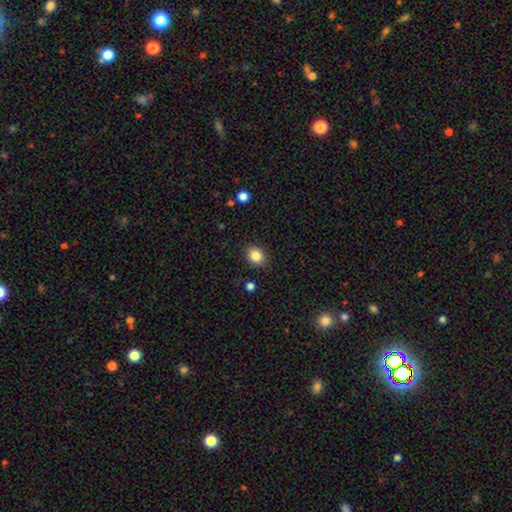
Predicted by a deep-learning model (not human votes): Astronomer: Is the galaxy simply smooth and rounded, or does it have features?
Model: smooth — 84%.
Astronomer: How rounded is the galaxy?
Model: round — 61% (runner-up: in between, 38%).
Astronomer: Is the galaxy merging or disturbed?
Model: none — 89%.